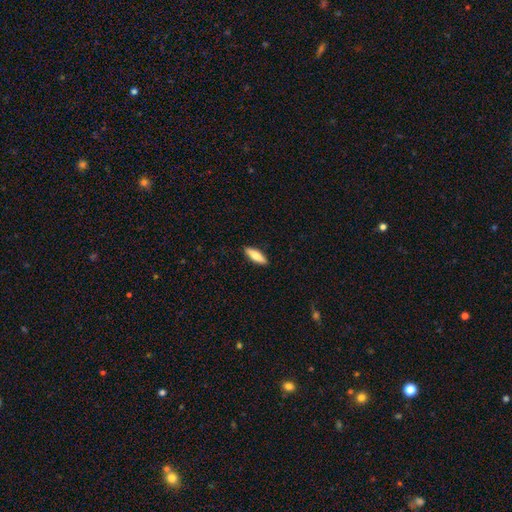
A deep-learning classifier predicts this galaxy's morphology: This is likely a smooth galaxy (78%). How rounded: possibly cigar-shaped (55%). Merging: clearly none (90%).